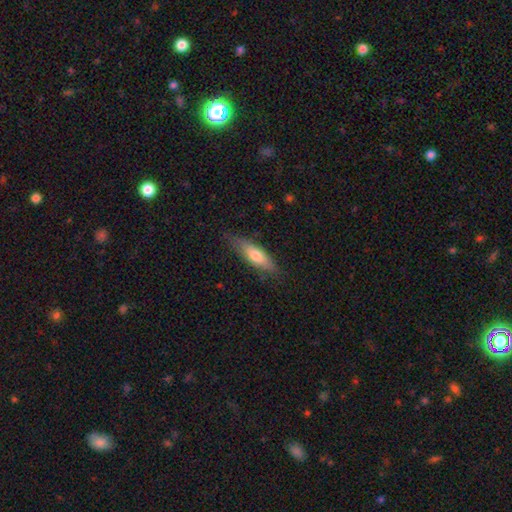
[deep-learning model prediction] Overall: smooth (67%). How rounded: cigar-shaped (54%; in between 44%). Merging: none (75%).